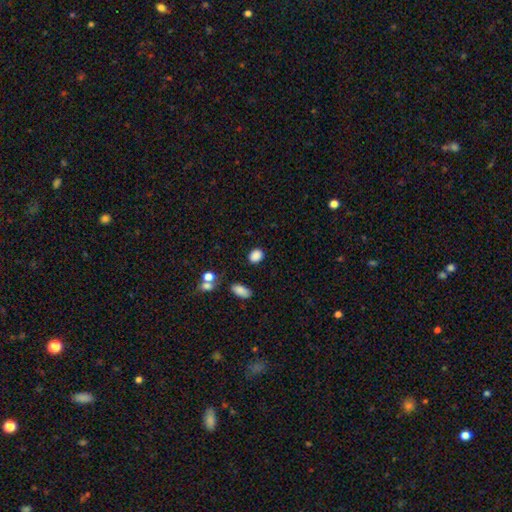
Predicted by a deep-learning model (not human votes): Smooth or featured? Predicted: smooth (p=0.86). How rounded? Predicted: in between (p=0.49, tied with round). Merging? Predicted: none (p=0.84).